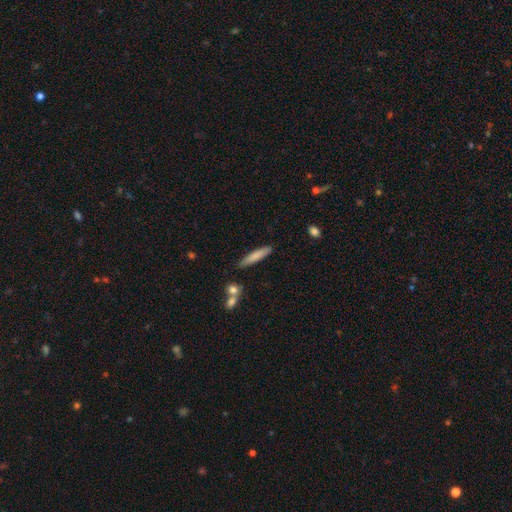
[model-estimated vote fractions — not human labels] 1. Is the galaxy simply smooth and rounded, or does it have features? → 77% smooth, 17% featured or disk, 6% star or artifact.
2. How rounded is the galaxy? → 89% cigar-shaped, 10% in between, 1% round.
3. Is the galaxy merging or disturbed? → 84% none, 10% minor disturbance, 4% merger, 2% major disturbance.